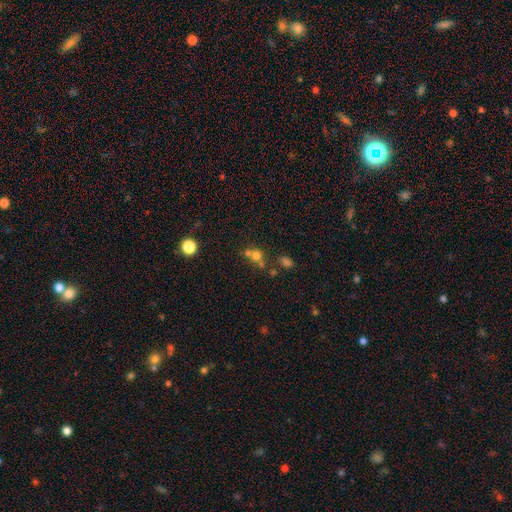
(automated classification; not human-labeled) Smooth or featured?
  - smooth: 66% *
  - star or artifact: 21%
  - featured or disk: 14%
How rounded?
  - round: 82% *
  - in between: 17%
  - cigar-shaped: 1%
Merging?
  - none: 46% *
  - merger: 43%
  - minor disturbance: 7%
  - major disturbance: 4%